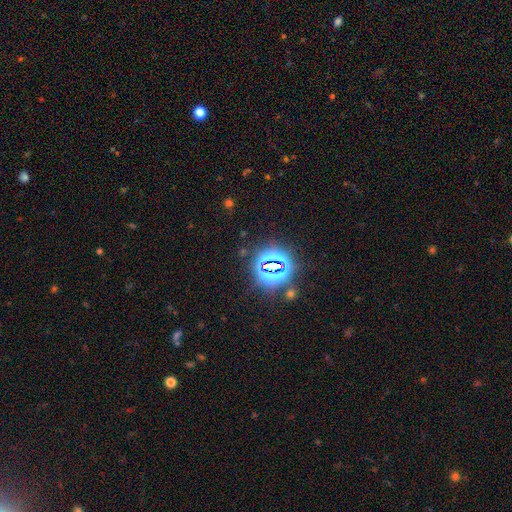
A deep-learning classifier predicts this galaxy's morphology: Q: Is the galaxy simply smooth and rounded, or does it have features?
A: star or artifact — 81%.